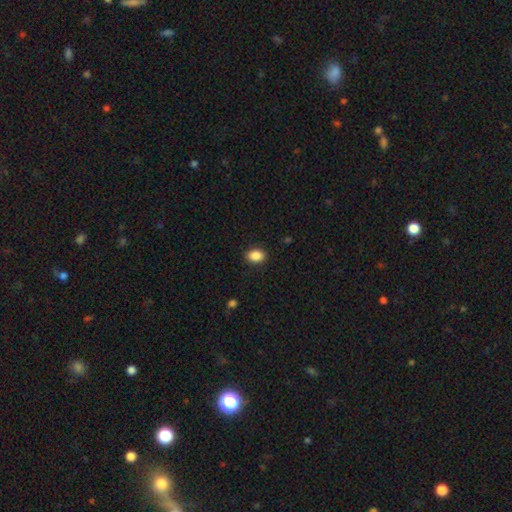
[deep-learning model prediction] This appears to be a smooth galaxy with no disk features (88%) that is in between round and cigar-shaped (79%). Merging: none (89%).